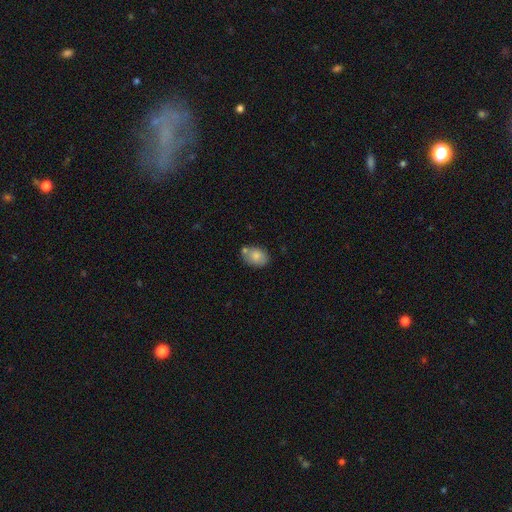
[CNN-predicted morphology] A smooth galaxy with no disk features (80%) that is in between round and cigar-shaped (77%).

Vote fractions:
- Smooth or featured? smooth: 80% / featured or disk: 13% / star or artifact: 8%
- How rounded? in between: 77% / round: 21% / cigar-shaped: 1%
- Merging? none: 59% / minor disturbance: 19% / merger: 18% / major disturbance: 4%